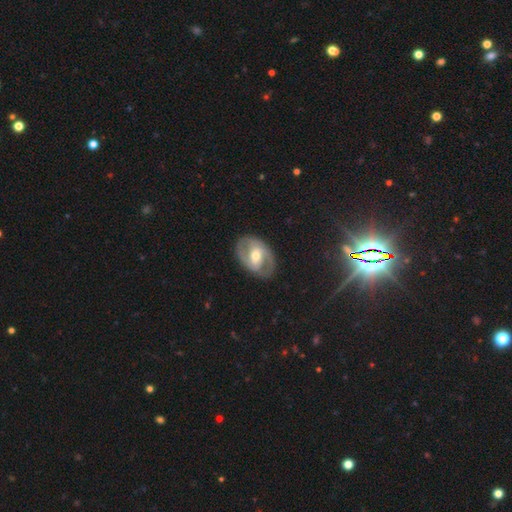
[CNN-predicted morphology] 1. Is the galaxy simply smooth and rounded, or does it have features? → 79% featured or disk, 16% smooth, 5% star or artifact.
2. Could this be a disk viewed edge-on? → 96% no, 4% yes.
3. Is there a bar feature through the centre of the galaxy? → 46% weak, 27% no, 27% strong.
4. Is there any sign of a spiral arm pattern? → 87% yes, 13% no.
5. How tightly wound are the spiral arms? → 47% medium, 36% tight, 17% loose.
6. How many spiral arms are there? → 84% 2, 8% can't tell, 3% 3, 3% 1, 1% 4, 1% more than 4.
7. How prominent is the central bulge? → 68% moderate, 25% small, 5% large, 1% none, 1% dominant.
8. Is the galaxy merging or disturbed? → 81% none, 13% minor disturbance, 5% major disturbance, 1% merger.